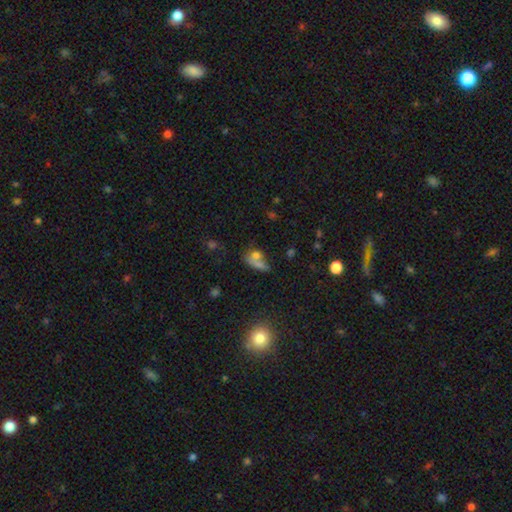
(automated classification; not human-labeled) This is likely a smooth galaxy (65%). How rounded: possibly in between (51%). Merging: marginally none (38%, tied with merger).